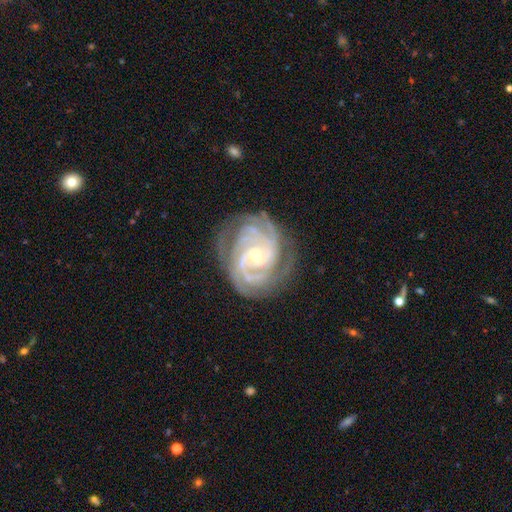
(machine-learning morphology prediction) Smooth or featured? Predicted: featured or disk (p=0.91). Edge-on disk? Predicted: no (p=0.98). Bar? Predicted: no (p=0.63). Spiral arms? Predicted: yes (p=0.98). Spiral winding? Predicted: tight (p=0.70). Spiral arm count? Predicted: 3 (p=0.28). Bulge size? Predicted: small (p=0.66). Merging? Predicted: none (p=0.75).